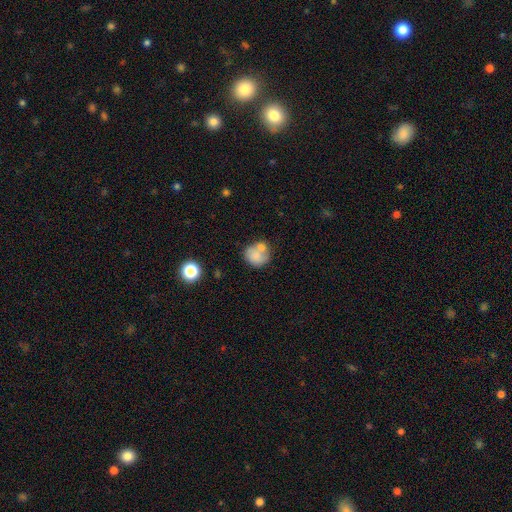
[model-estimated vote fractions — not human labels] Smooth or featured? Predicted: smooth (p=0.75). How rounded? Predicted: round (p=0.77). Merging? Predicted: none (p=0.41).